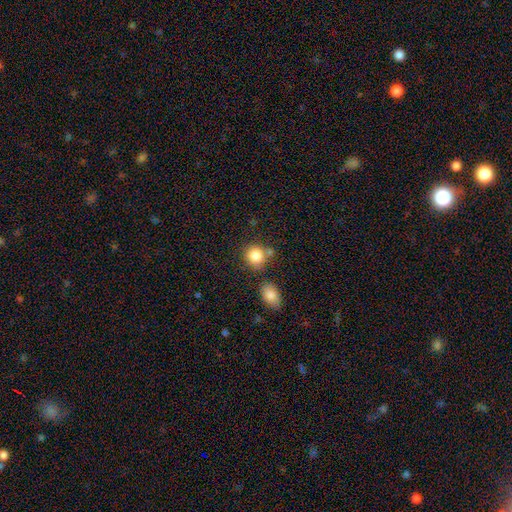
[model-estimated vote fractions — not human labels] This appears to be a smooth galaxy with no disk features (85%) that is round (81%). Merging: none (65%).